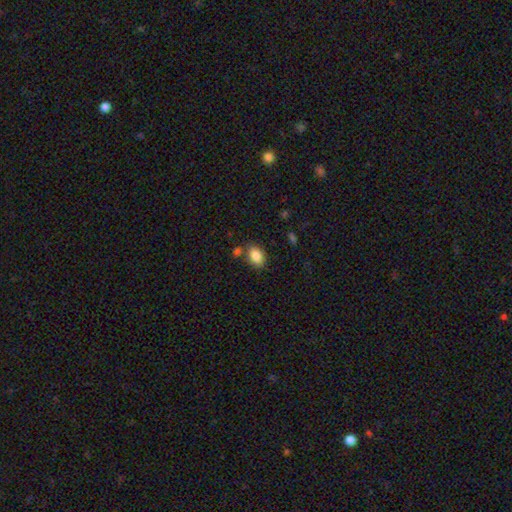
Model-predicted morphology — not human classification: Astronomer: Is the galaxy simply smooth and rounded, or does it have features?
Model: smooth — 86%.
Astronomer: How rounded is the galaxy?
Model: in between — 84%.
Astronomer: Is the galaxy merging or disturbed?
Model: none — 73%.